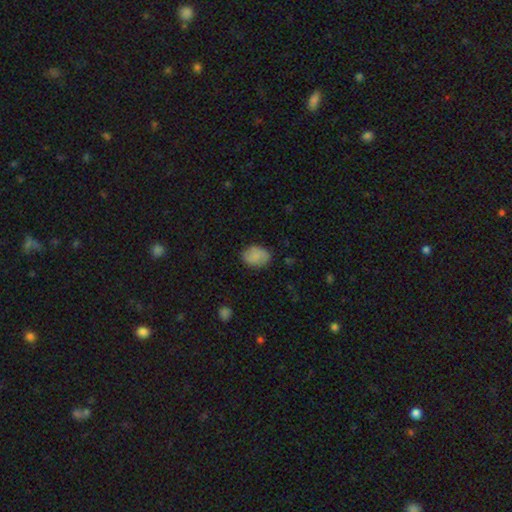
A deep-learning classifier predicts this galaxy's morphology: Smooth or featured: smooth — 82% (featured or disk — 10%)
How rounded: in between — 77% (round — 22%)
Merging: none — 81% (minor disturbance — 14%)